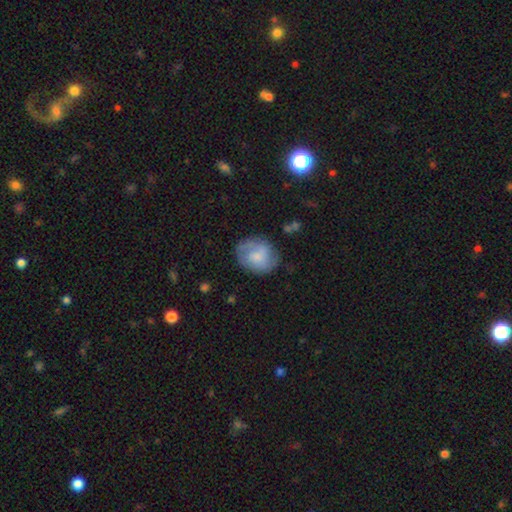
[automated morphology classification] smooth-or-featured: smooth: 54% | featured or disk: 39% | star or artifact: 7%
  how-rounded: round: 61% | in between: 38% | cigar-shaped: 1%
  merging: none: 68% | minor disturbance: 22% | major disturbance: 9% | merger: 2%